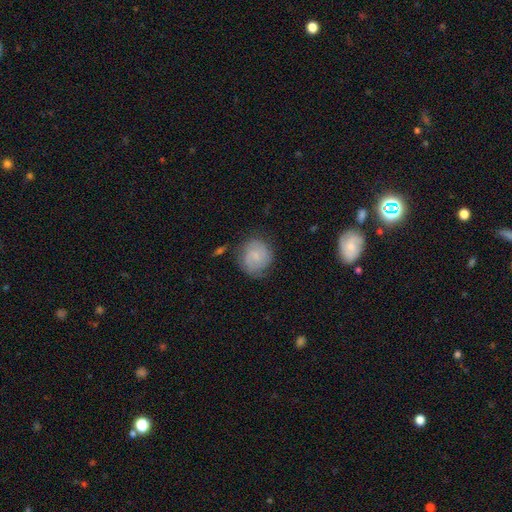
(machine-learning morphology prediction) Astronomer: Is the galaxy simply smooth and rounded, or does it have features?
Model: smooth — 56% (runner-up: featured or disk, 36%).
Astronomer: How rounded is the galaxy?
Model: round — 85%.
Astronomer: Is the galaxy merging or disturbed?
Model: none — 70%.